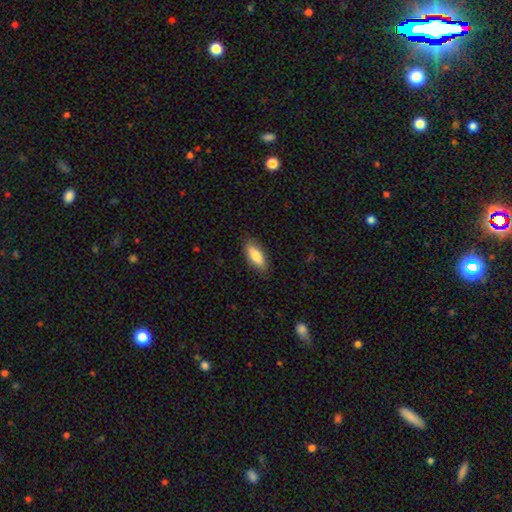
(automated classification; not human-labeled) smooth 81%, featured or disk 13%, star or artifact 6%. Down the decision tree: how rounded — in between (77%); merging — none (86%).